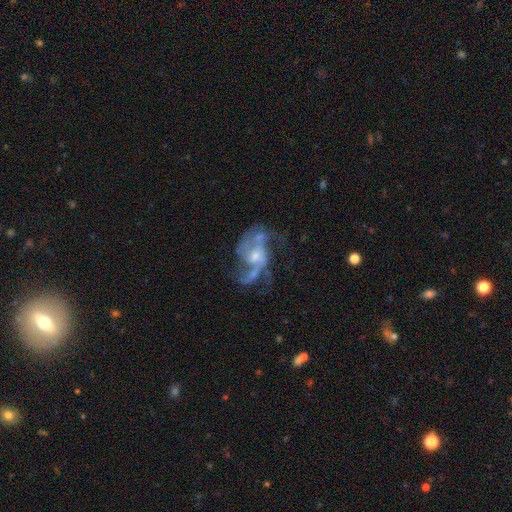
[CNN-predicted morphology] Smooth or featured: featured or disk — 82% (star or artifact — 10%)
Edge-on disk: no — 97% (yes — 3%)
Bar: no — 59% (weak — 33%)
Spiral arms: yes — 89% (no — 11%)
Spiral winding: loose — 45% (medium — 42%)
Spiral arm count: 2 — 42% (3 — 25%)
Bulge size: moderate — 47% (small — 41%)
Merging: none — 48% (major disturbance — 27%)